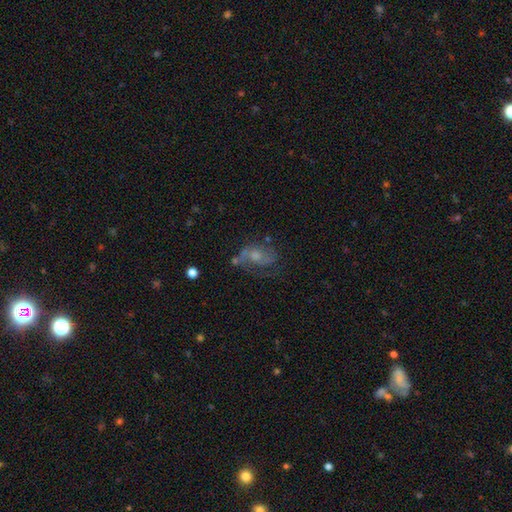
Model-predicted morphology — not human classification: The model was most divided on "bulge size": moderate: 49%, small: 33%, none: 9%, large: 7%, dominant: 2%. Remaining: edge-on disk — no (96%); spiral arms — yes (73%); bar — no (69%); smooth or featured — featured or disk (59%); merging — none (45%).